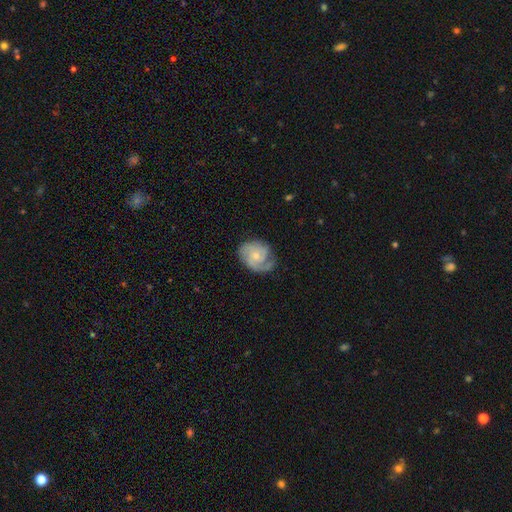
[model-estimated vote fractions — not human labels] This is likely a featured or disk galaxy (73%). It is clearly not viewed edge-on (98%). Bar: likely no (75%). Spiral arm pattern: clearly yes (94%). Spiral arm count: marginally 2 (31%). Spiral winding: possibly tight (50%). Central bulge: possibly small (58%). Merging: likely none (63%).